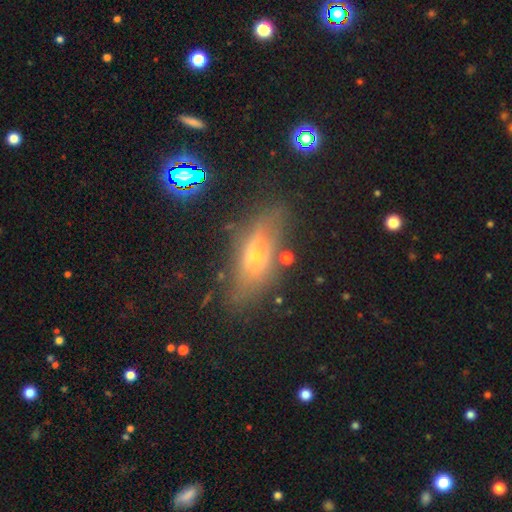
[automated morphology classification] A smooth galaxy with no disk features (42%, tied with featured or disk).

Vote fractions:
- Smooth or featured? smooth: 42% (tied) / featured or disk: 42% (tied) / star or artifact: 16%
- Merging? none: 72% / minor disturbance: 17% / major disturbance: 8% / merger: 3%